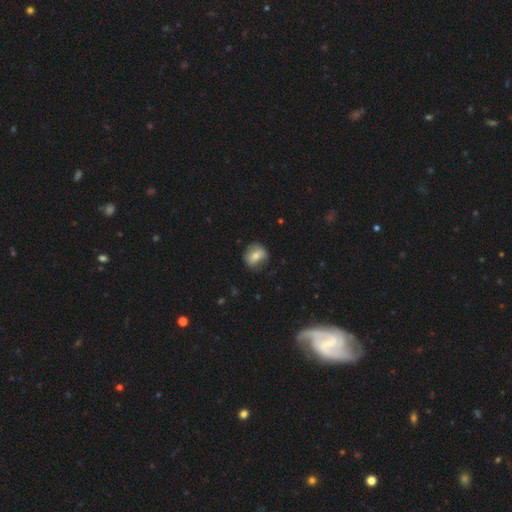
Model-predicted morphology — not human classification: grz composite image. It shows a smooth galaxy with no disk features (65%) that is round (67%). Merging: none (68%).